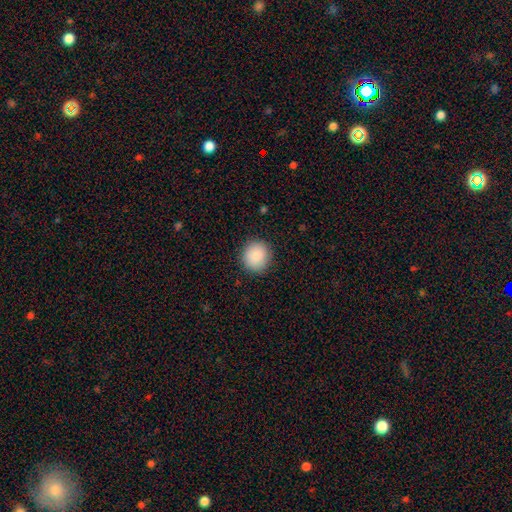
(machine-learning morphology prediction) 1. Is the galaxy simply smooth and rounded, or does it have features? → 89% smooth, 7% star or artifact, 4% featured or disk.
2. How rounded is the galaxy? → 89% round, 10% in between, 1% cigar-shaped.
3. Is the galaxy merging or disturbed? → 90% none, 7% minor disturbance, 2% major disturbance, 1% merger.